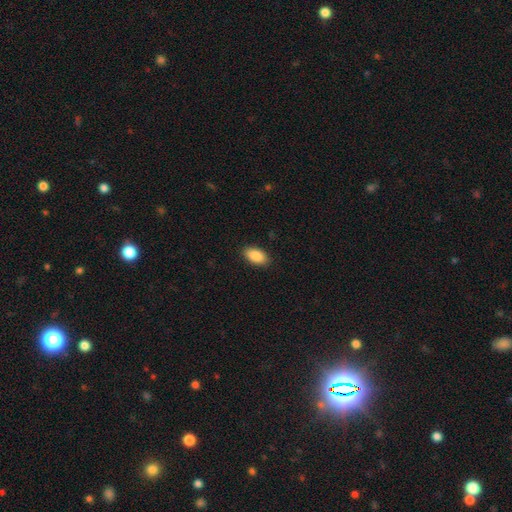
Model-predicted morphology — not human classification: The model was most divided on "merging": none: 89%, minor disturbance: 8%, major disturbance: 2%, merger: 1%. More confident: how rounded — in between (94%); smooth or featured — smooth (89%).